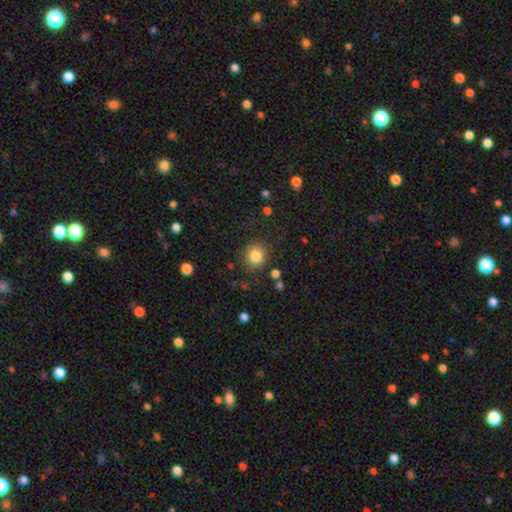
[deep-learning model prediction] Overall: smooth (84%). How rounded: round (85%). Merging: none (84%).